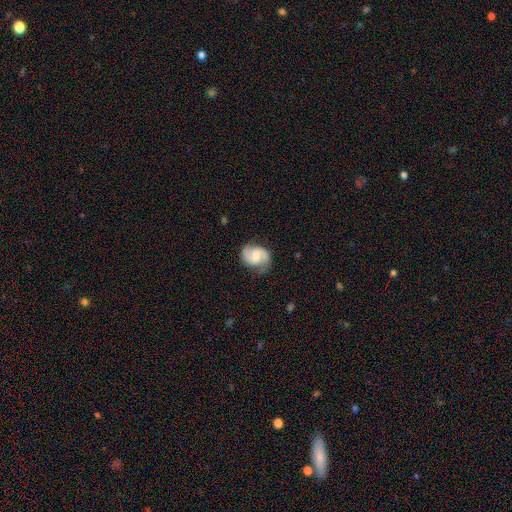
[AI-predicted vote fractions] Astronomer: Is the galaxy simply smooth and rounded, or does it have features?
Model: featured or disk — 81%.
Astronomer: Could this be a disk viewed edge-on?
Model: no — 98%.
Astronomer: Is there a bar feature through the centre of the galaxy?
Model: weak — 50% (runner-up: no, 36%).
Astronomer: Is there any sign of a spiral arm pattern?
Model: yes — 96%.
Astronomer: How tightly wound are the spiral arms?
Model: medium — 53%.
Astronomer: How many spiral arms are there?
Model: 2 — 91%.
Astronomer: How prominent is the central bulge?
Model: moderate — 47% (runner-up: small, 35%).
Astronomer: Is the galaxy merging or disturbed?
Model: none — 76%.